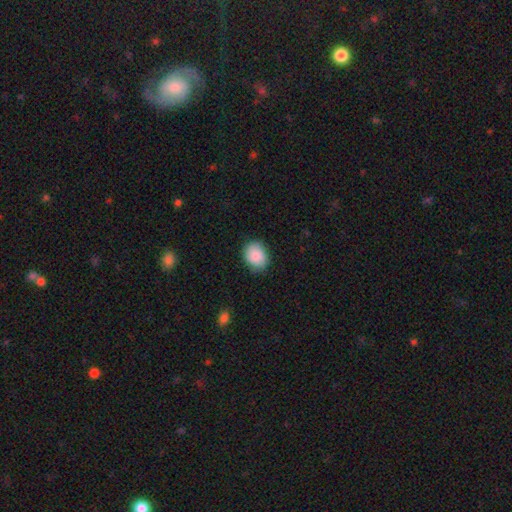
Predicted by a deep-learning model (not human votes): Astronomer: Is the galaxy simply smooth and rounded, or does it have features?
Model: smooth — 87%.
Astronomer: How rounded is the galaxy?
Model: in between — 50% (runner-up: round, 49%).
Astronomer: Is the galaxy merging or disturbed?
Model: none — 81%.